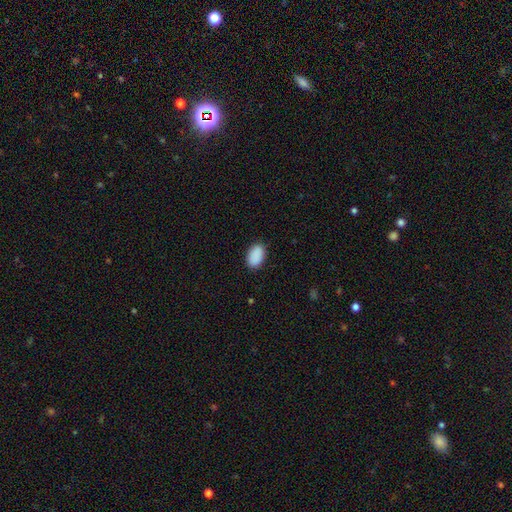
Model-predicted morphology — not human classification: smooth-or-featured: smooth: 91% | star or artifact: 7% | featured or disk: 3%
  how-rounded: in between: 92% | round: 7% | cigar-shaped: 1%
  merging: none: 88% | minor disturbance: 9% | major disturbance: 2% | merger: 1%